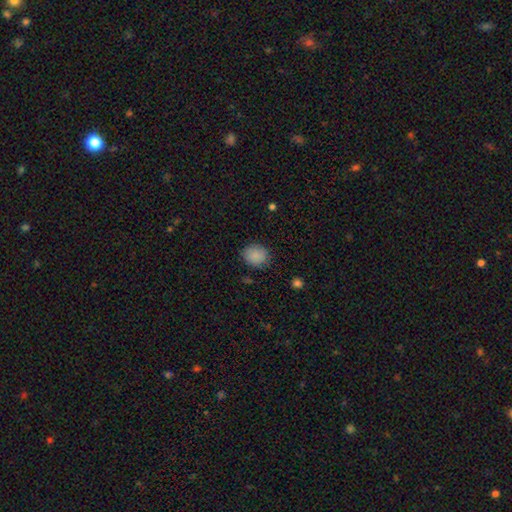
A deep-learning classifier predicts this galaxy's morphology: Overall: smooth (86%). How rounded: round (73%). Merging: none (83%).